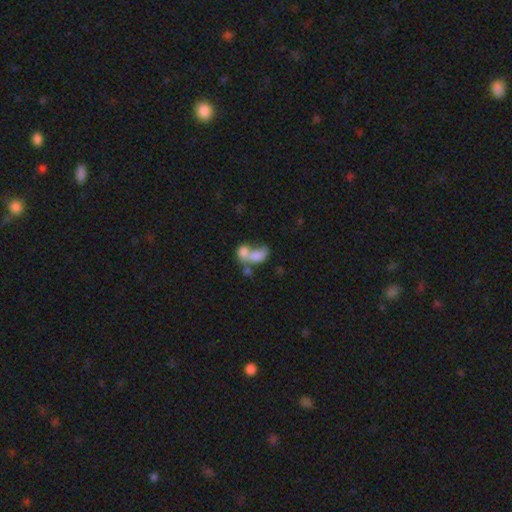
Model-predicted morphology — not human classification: Smooth or featured?
  - smooth: 66% *
  - featured or disk: 23%
  - star or artifact: 10%
How rounded?
  - in between: 78% *
  - round: 20%
  - cigar-shaped: 3%
Merging?
  - merger: 72% *
  - none: 12%
  - major disturbance: 10%
  - minor disturbance: 6%